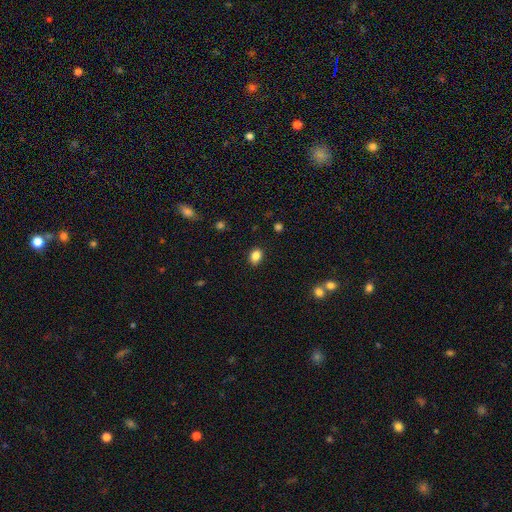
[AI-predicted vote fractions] smooth 86%, star or artifact 10%, featured or disk 4%. Down the decision tree: how rounded — in between (63%); merging — none (88%).